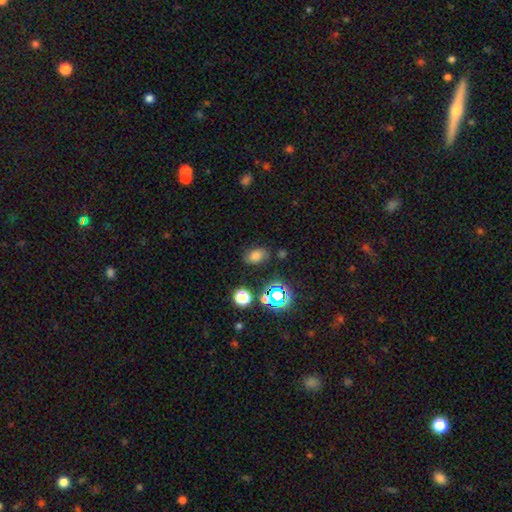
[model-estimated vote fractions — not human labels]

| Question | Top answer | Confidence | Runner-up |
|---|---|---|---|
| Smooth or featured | smooth | 69% | star or artifact (22%) |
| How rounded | in between | 76% | round (22%) |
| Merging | none | 75% | minor disturbance (16%) |